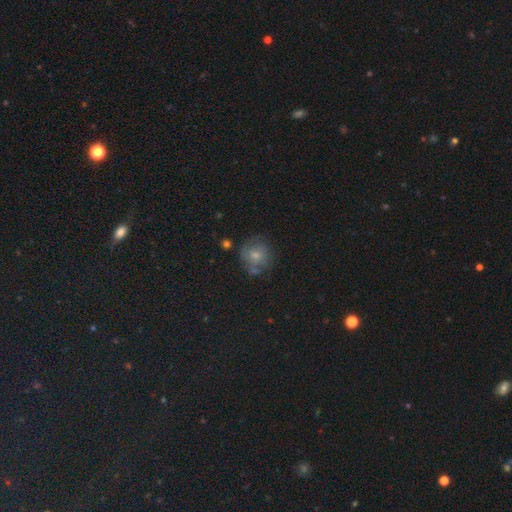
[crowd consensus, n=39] Q: Smooth or featured?
A: smooth (64%); runner-up: featured or disk (26%)
Q: How rounded?
A: round (80%); runner-up: in between (16%)
Q: Merging?
A: minor disturbance (49%); runner-up: none (40%)